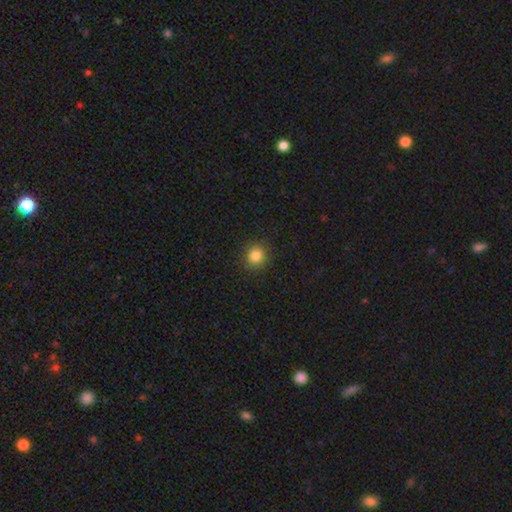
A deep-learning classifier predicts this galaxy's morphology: Smooth or featured: smooth — 84% (star or artifact — 12%)
How rounded: round — 92% (in between — 7%)
Merging: none — 91% (minor disturbance — 6%)